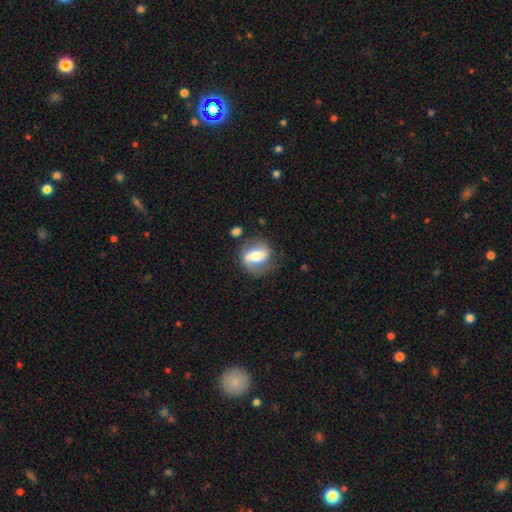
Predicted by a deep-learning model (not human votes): Q: Smooth or featured?
A: featured or disk (61%); runner-up: smooth (33%)
Q: Edge-on disk?
A: no (94%); runner-up: yes (6%)
Q: Bar?
A: strong (38%); runner-up: weak (34%)
Q: Spiral arms?
A: yes (79%); runner-up: no (21%)
Q: Bulge size?
A: moderate (64%); runner-up: small (22%)
Q: Merging?
A: none (74%); runner-up: minor disturbance (16%)